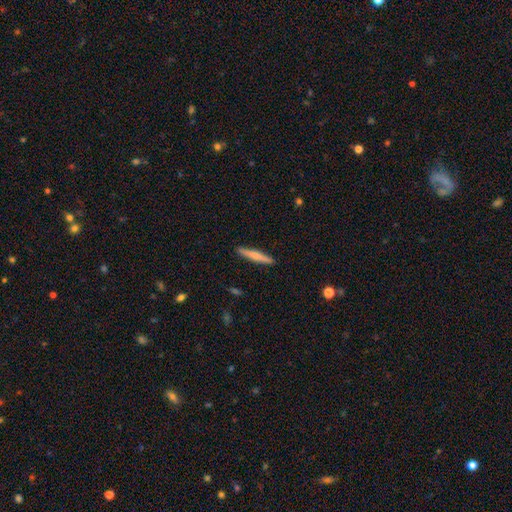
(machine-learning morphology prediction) Smooth or featured? smooth (65%)
How rounded? cigar-shaped (93%)
Merging? none (91%)